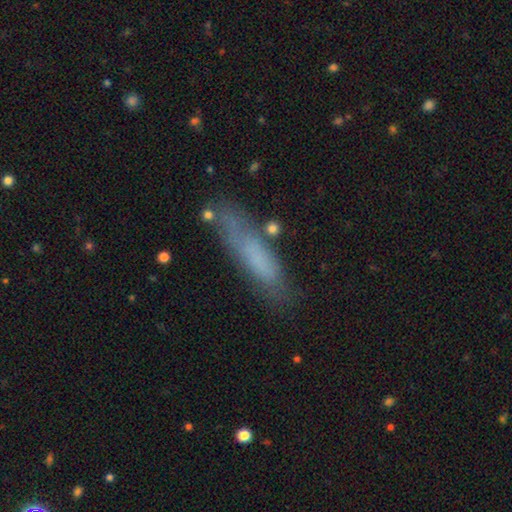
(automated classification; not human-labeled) Smooth or featured: smooth — 65% (featured or disk — 25%)
How rounded: cigar-shaped — 75% (in between — 23%)
Merging: none — 68% (minor disturbance — 20%)